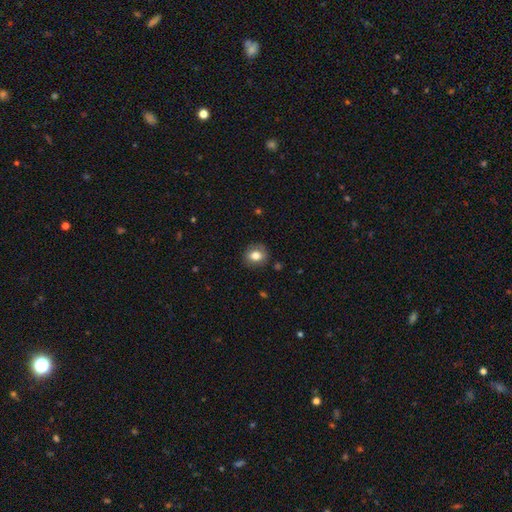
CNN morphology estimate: A smooth galaxy with no disk features (76%) that is round (67%). Merging: none (83%).